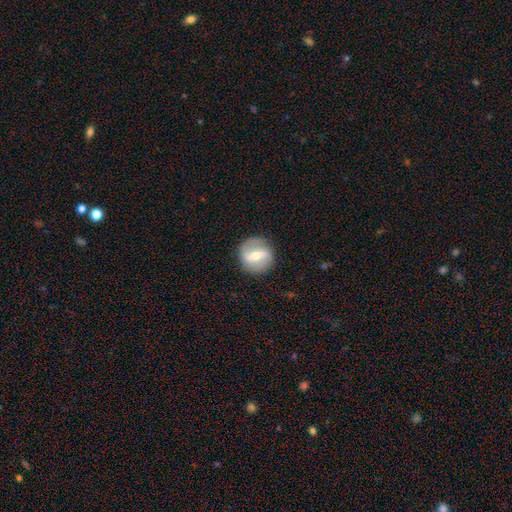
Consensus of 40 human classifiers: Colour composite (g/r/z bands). It shows a featured or disk galaxy (65%) with a strong bar (61%), 2 (100%) medium (58%) spiral arms (83%) and a moderate central bulge (57%). Merging: none (87%).